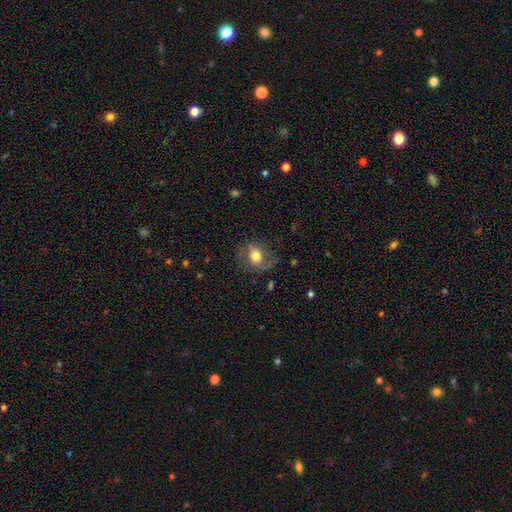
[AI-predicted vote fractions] Morphology: type=smooth (51%); roundness=in between (50%); merging=none (63%).